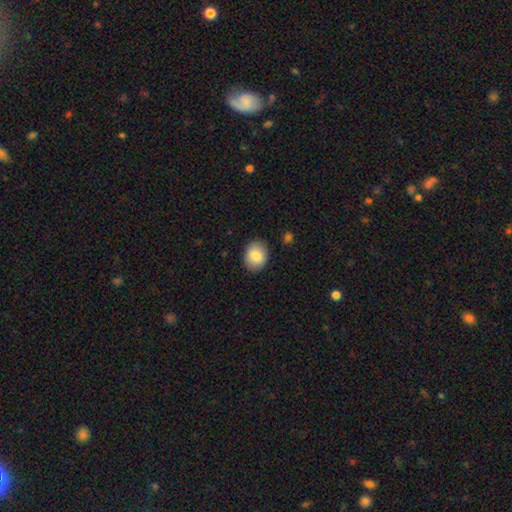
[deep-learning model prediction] This is clearly a smooth galaxy (83%). How rounded: possibly round (52%). Merging: clearly none (87%).